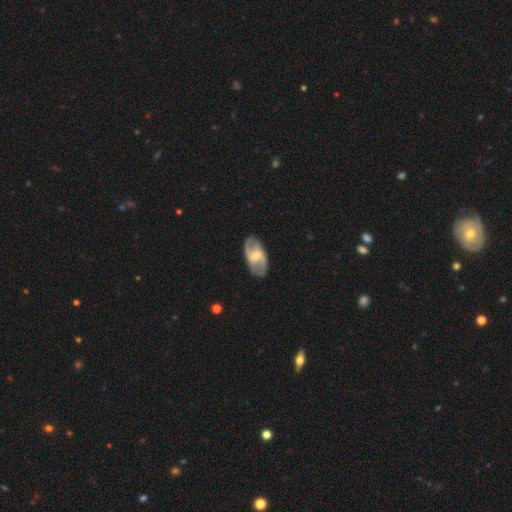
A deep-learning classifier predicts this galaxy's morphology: featured or disk 76%, smooth 19%, star or artifact 5%. Down the decision tree: edge-on disk — no (94%); bar — weak (51%); spiral arms — yes (85%); spiral arm count — 2 (79%); spiral winding — medium (43%); bulge size — moderate (49%); merging — none (79%).